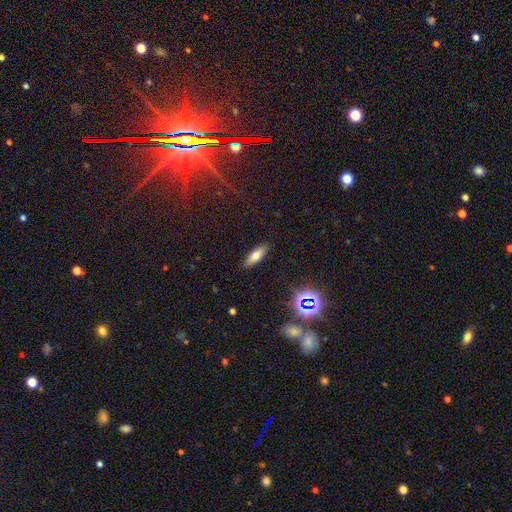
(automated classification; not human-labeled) Smooth or featured?
  - smooth: 70% *
  - featured or disk: 19%
  - star or artifact: 11%
How rounded?
  - in between: 59% *
  - cigar-shaped: 39%
  - round: 3%
Merging?
  - none: 89% *
  - minor disturbance: 8%
  - major disturbance: 2%
  - merger: 1%